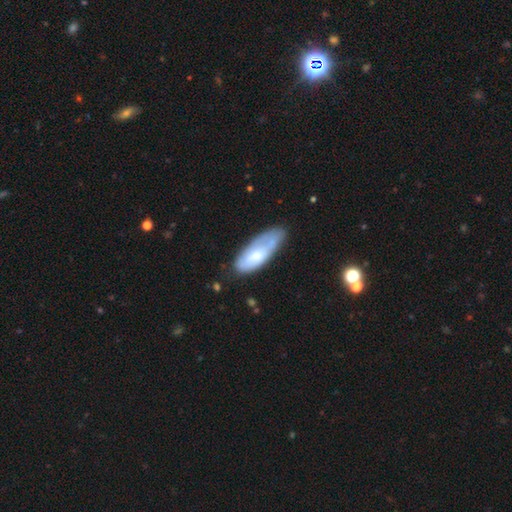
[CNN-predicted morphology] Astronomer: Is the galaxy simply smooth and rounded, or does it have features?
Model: smooth — 59% (runner-up: featured or disk, 34%).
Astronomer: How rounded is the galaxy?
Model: in between — 70%.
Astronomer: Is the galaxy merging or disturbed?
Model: none — 53% (runner-up: minor disturbance, 31%).